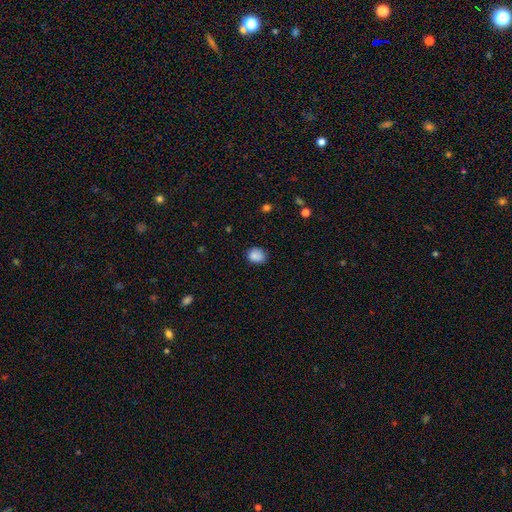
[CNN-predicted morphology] This appears to be a smooth galaxy with no disk features (86%) that is round (63%). Merging: none (77%).